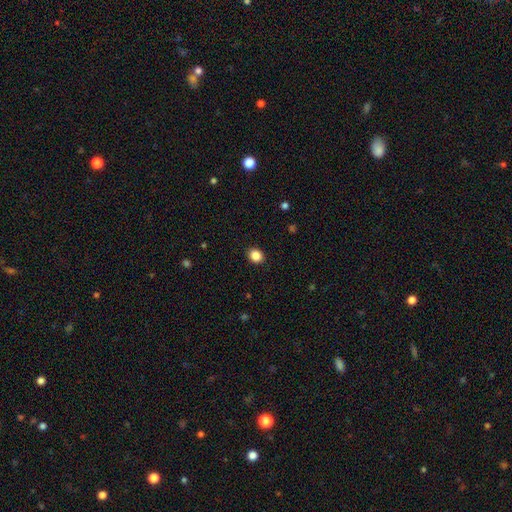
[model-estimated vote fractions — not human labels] Smooth or featured?
  - smooth: 87% *
  - star or artifact: 10%
  - featured or disk: 3%
How rounded?
  - round: 65% *
  - in between: 34%
  - cigar-shaped: 1%
Merging?
  - none: 91% *
  - minor disturbance: 6%
  - major disturbance: 2%
  - merger: 1%